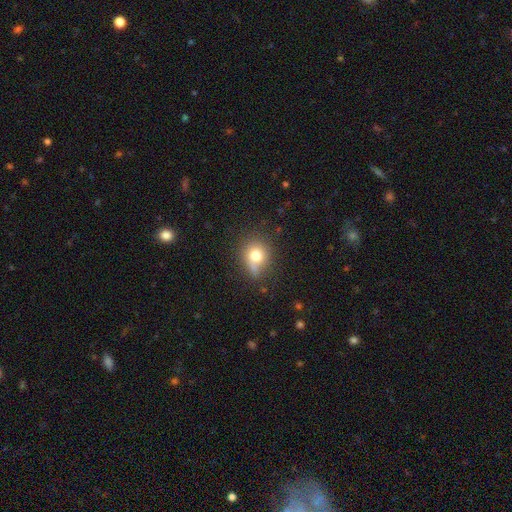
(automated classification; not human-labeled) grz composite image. It shows a smooth galaxy with no disk features (74%) that is round (73%). Merging: none (56%).